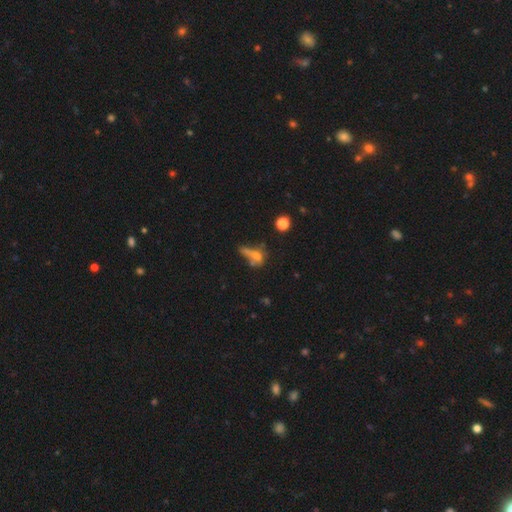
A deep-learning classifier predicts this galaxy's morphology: smooth_or_featured: smooth (p=0.53) [alt: featured or disk p=0.27]
how_rounded: in between (p=0.46) [alt: round p=0.35]
merging: merger (p=0.33) [alt: none p=0.30]